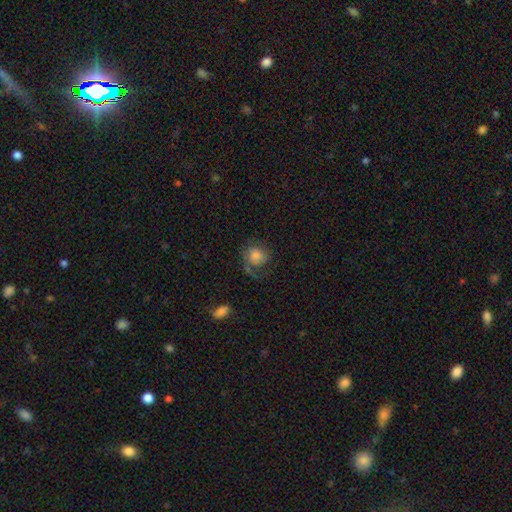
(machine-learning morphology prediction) type=smooth (50%); merging=none (50%).